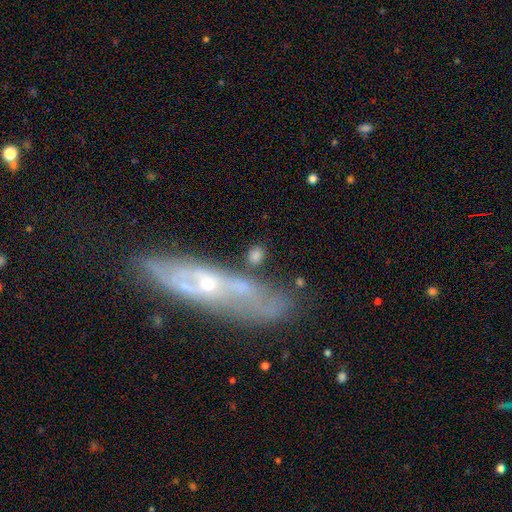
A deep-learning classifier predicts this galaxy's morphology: Smooth or featured?
  - smooth: 74% *
  - featured or disk: 16%
  - star or artifact: 10%
How rounded?
  - in between: 51% *
  - round: 41%
  - cigar-shaped: 9%
Merging?
  - none: 69% *
  - minor disturbance: 13%
  - merger: 12%
  - major disturbance: 7%